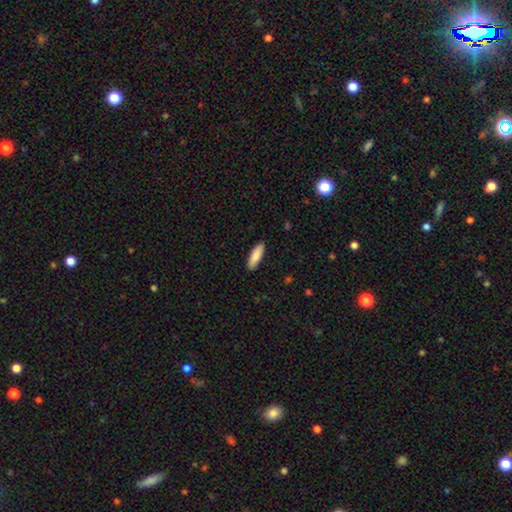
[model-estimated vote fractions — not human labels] Smooth or featured?
  - smooth: 88% *
  - featured or disk: 7%
  - star or artifact: 6%
How rounded?
  - in between: 50% *
  - cigar-shaped: 48%
  - round: 1%
Merging?
  - none: 89% *
  - minor disturbance: 8%
  - major disturbance: 2%
  - merger: 1%